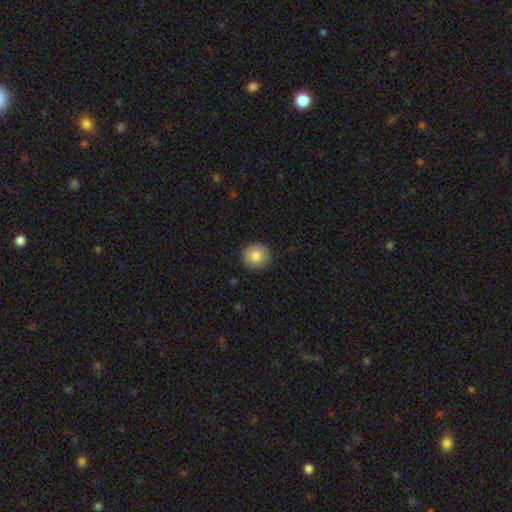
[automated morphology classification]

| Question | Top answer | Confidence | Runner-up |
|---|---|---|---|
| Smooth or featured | smooth | 83% | featured or disk (8%) |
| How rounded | round | 93% | in between (6%) |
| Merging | none | 90% | minor disturbance (7%) |